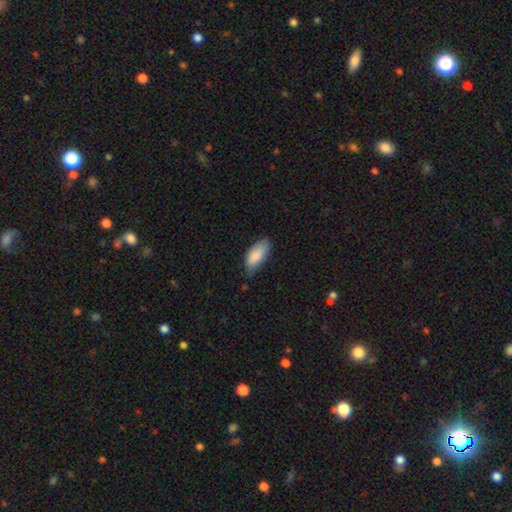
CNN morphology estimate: smooth-or-featured: smooth: 85% | featured or disk: 9% | star or artifact: 6%
  how-rounded: in between: 87% | cigar-shaped: 11% | round: 2%
  merging: none: 65% | minor disturbance: 29% | major disturbance: 4% | merger: 2%